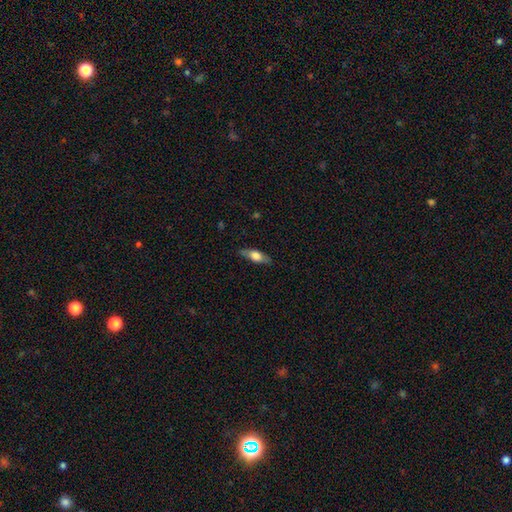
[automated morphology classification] This is possibly a smooth galaxy (57%). How rounded: likely in between (61%). Merging: clearly none (80%).